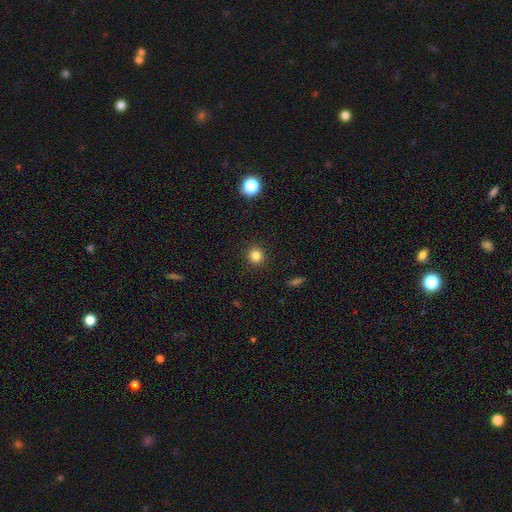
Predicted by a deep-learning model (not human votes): smooth-or-featured: smooth: 82% | star or artifact: 13% | featured or disk: 5%
  how-rounded: round: 95% | in between: 4% | cigar-shaped: 1%
  merging: none: 92% | minor disturbance: 5% | major disturbance: 2% | merger: 1%